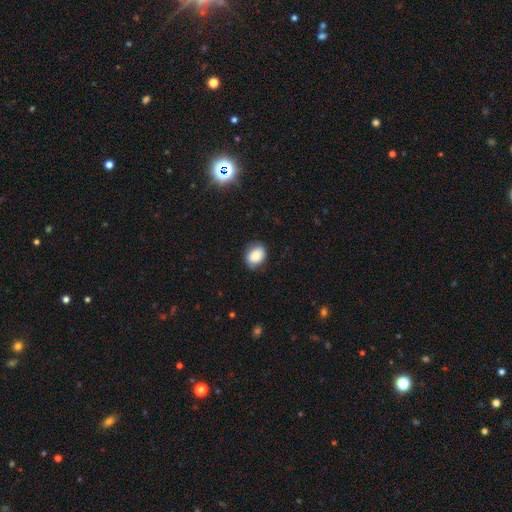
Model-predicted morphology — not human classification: This is clearly a smooth galaxy (84%). How rounded: likely in between (63%). Merging: likely none (76%).